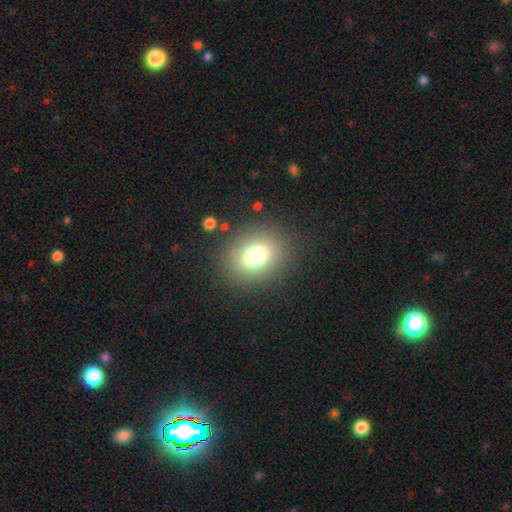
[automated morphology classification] Smooth or featured: smooth — 77% (star or artifact — 13%)
How rounded: round — 50% (in between — 49%)
Merging: none — 84% (minor disturbance — 9%)